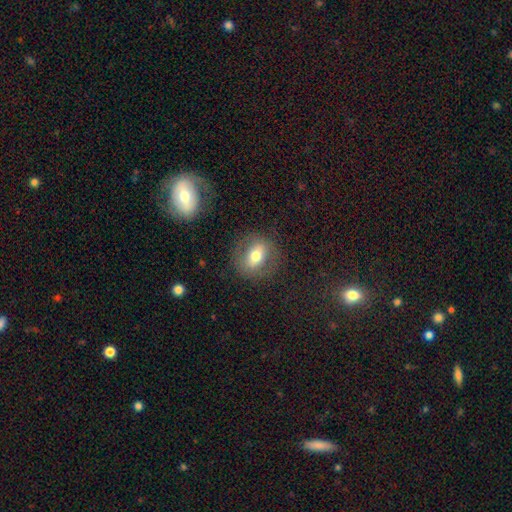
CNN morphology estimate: Overall: smooth (57%; featured or disk 33%). How rounded: round (51%; in between 47%). Merging: none (80%).